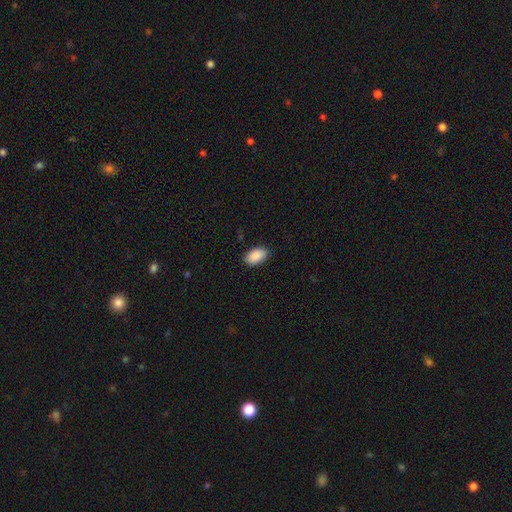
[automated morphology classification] Overall: smooth (91%). How rounded: in between (95%). Merging: none (87%).